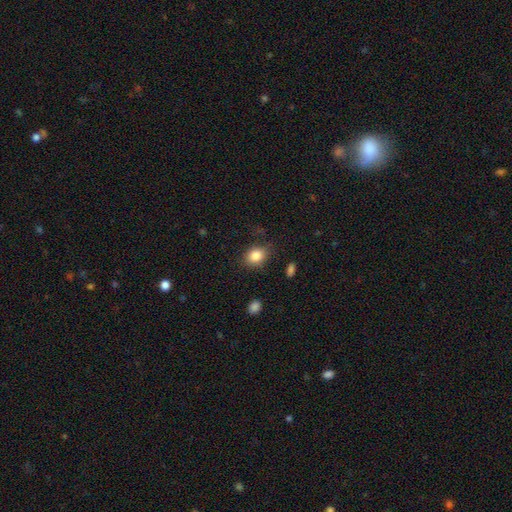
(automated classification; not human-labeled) Smooth or featured? Predicted: smooth (p=0.85). How rounded? Predicted: in between (p=0.52). Merging? Predicted: none (p=0.80).